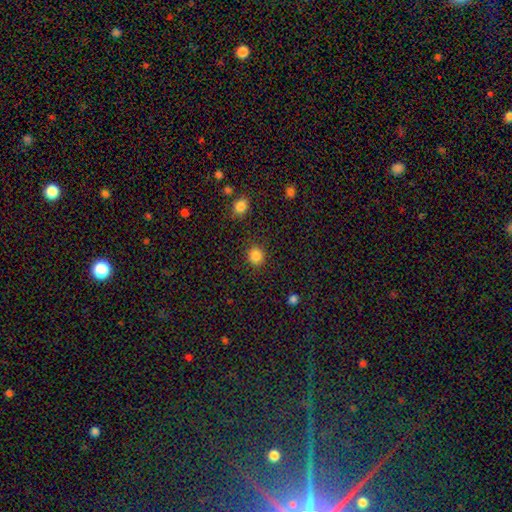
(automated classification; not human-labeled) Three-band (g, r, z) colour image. It shows a smooth galaxy with no disk features (86%) that is round (85%). Merging: none (88%).